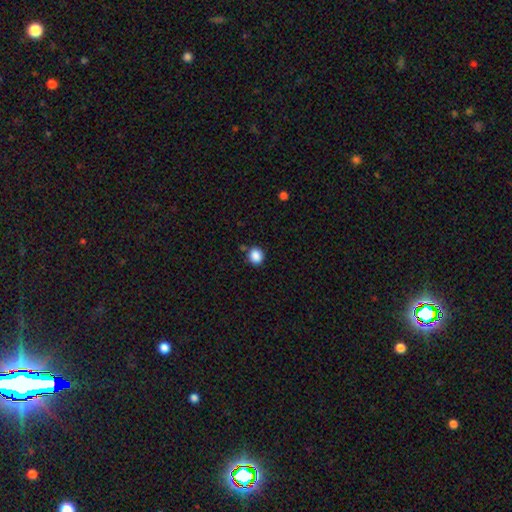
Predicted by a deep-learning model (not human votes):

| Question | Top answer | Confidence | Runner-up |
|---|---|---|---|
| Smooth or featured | smooth | 87% | star or artifact (10%) |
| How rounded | round | 79% | in between (20%) |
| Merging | none | 84% | minor disturbance (10%) |